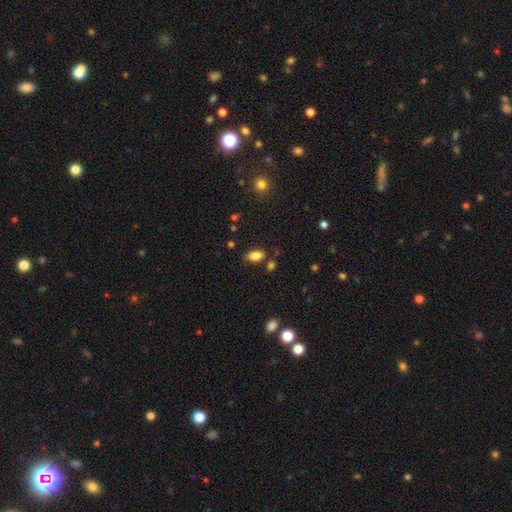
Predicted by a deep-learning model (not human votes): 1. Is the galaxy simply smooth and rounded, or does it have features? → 85% smooth, 10% star or artifact, 6% featured or disk.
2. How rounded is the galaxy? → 91% in between, 6% round, 4% cigar-shaped.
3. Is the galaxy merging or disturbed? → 77% none, 13% minor disturbance, 6% merger, 3% major disturbance.